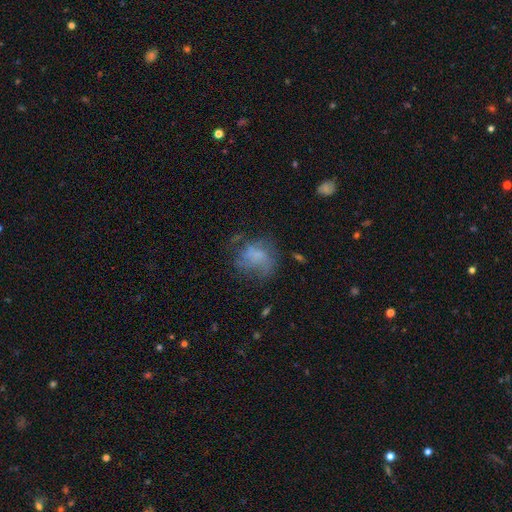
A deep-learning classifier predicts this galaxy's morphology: This is possibly a smooth galaxy (47%). Merging: marginally none (42%).